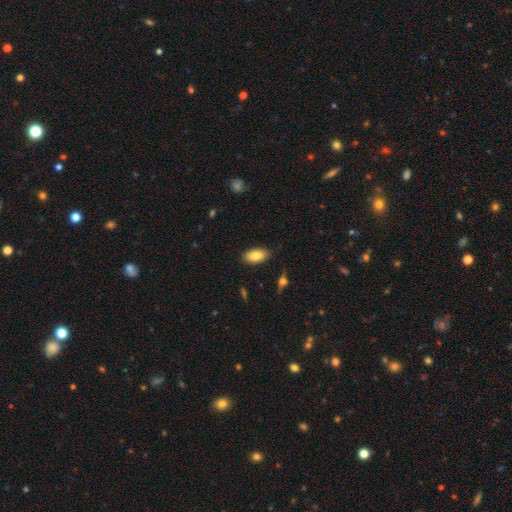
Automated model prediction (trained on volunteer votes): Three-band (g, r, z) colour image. It shows a smooth galaxy with no disk features (81%) that is in between round and cigar-shaped (92%). Merging: none (86%).